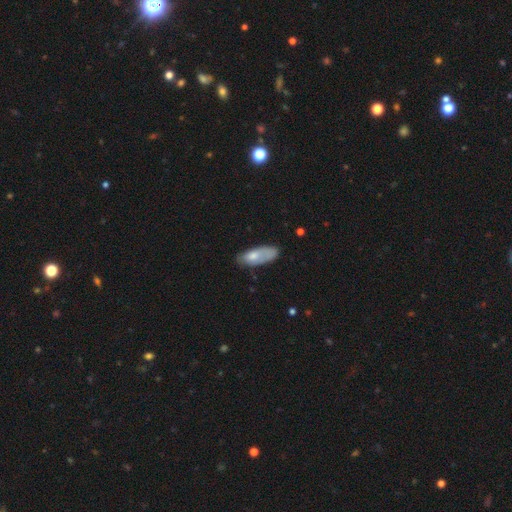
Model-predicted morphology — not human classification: smooth_or_featured: smooth (p=0.72) [alt: featured or disk p=0.22]
how_rounded: in between (p=0.73) [alt: cigar-shaped p=0.25]
merging: none (p=0.51) [alt: minor disturbance p=0.33]